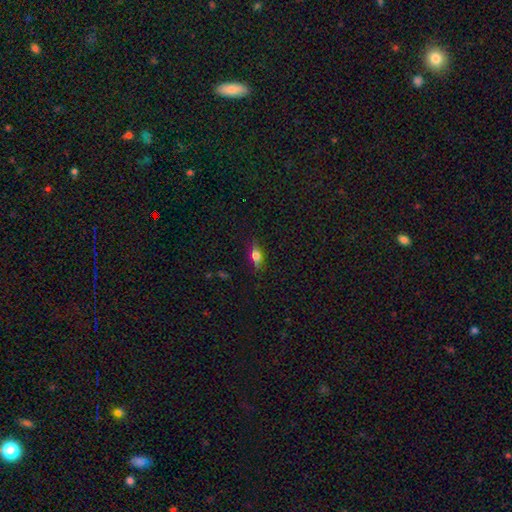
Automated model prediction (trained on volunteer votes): Smooth or featured?
  - smooth: 62% *
  - featured or disk: 20%
  - star or artifact: 18%
How rounded?
  - in between: 76% *
  - cigar-shaped: 16%
  - round: 8%
Merging?
  - none: 82% *
  - minor disturbance: 13%
  - major disturbance: 4%
  - merger: 2%